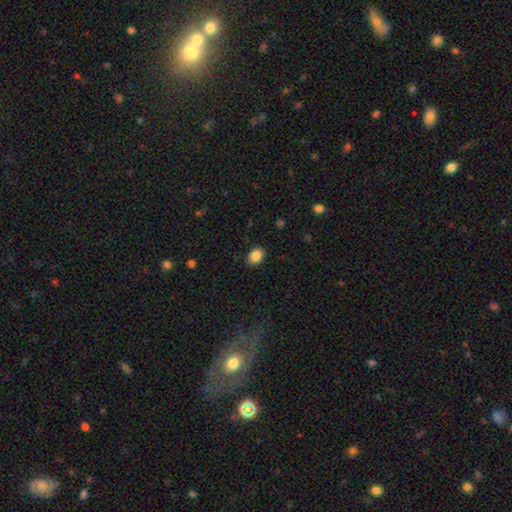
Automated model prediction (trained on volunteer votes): Morphology: type=smooth (87%); roundness=in between (71%); merging=none (89%).